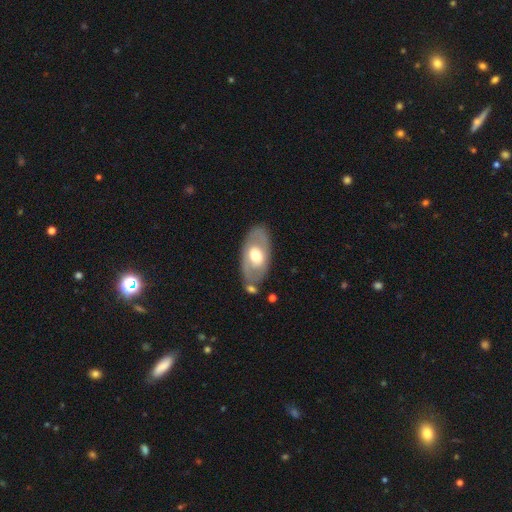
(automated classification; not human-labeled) A featured or disk galaxy (53%). Merging: none (72%).